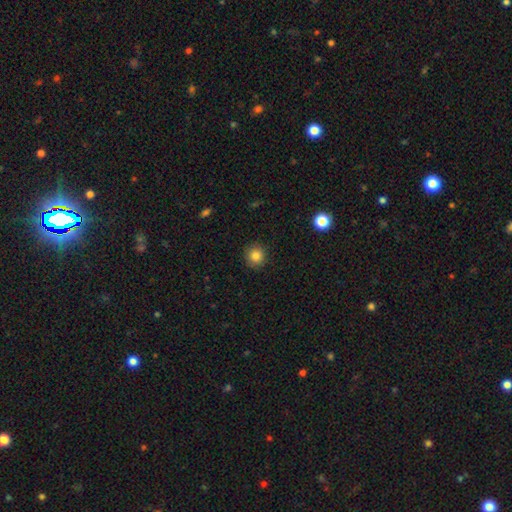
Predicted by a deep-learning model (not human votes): Smooth or featured? smooth (84%)
How rounded? round (93%)
Merging? none (90%)